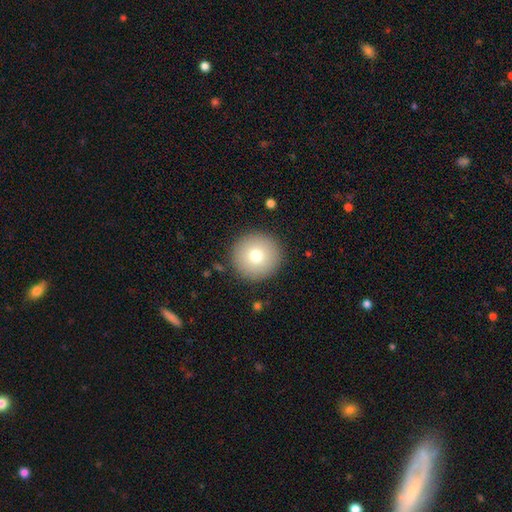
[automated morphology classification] This appears to be a smooth galaxy with no disk features (77%) that is round (96%). Merging: none (91%).